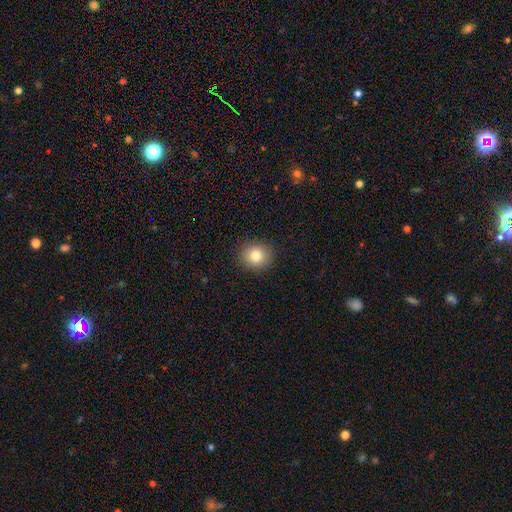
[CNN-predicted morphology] smooth 82%, star or artifact 10%, featured or disk 8%. Down the decision tree: how rounded — round (84%); merging — none (90%).